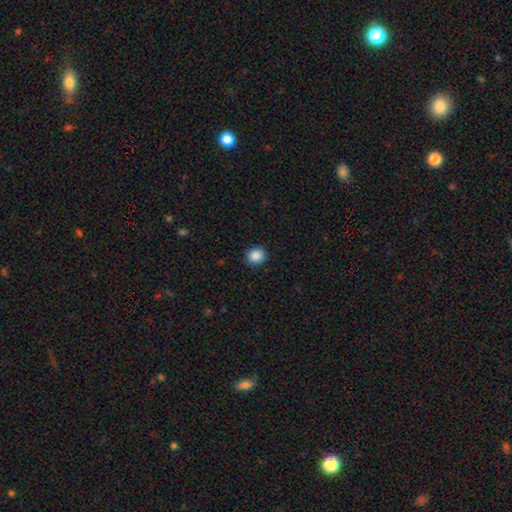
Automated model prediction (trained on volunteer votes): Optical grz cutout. It shows a smooth galaxy with no disk features (87%) that is round (83%). Merging: none (90%).